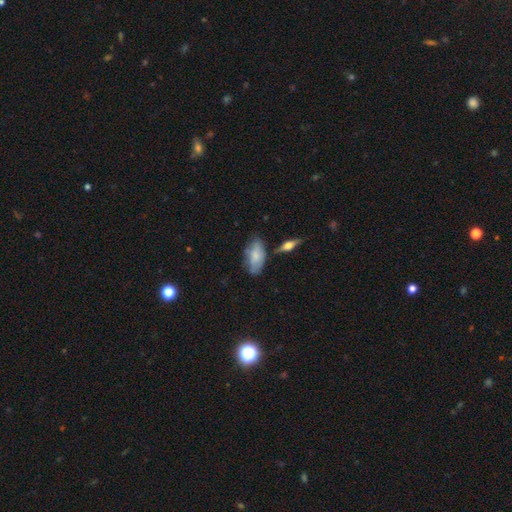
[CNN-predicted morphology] The model was most divided on "merging": none: 59%, minor disturbance: 27%, merger: 8%, major disturbance: 7%. More confident: how rounded — in between (90%); smooth or featured — smooth (69%).